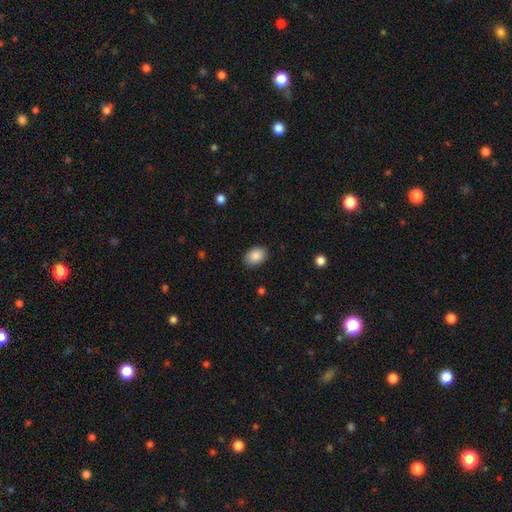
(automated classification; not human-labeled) Smooth or featured? smooth (88%)
How rounded? in between (80%)
Merging? none (87%)